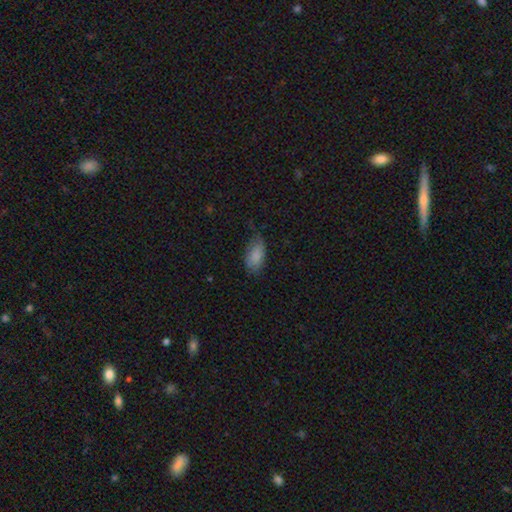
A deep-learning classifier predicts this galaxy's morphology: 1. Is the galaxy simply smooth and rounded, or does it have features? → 84% smooth, 9% featured or disk, 7% star or artifact.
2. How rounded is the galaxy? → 93% in between, 4% cigar-shaped, 3% round.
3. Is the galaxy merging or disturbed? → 59% none, 31% minor disturbance, 8% major disturbance, 1% merger.